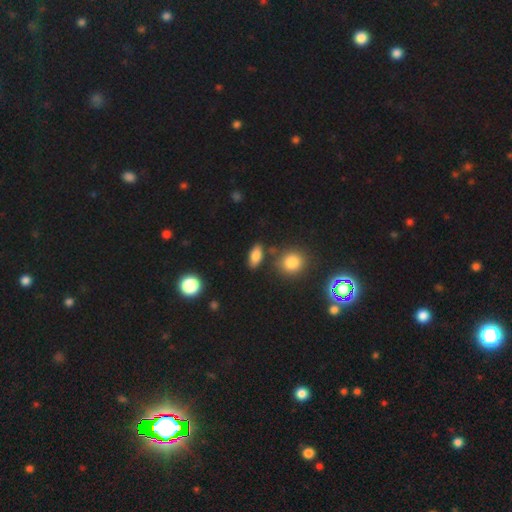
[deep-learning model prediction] Smooth or featured: smooth — 80% (star or artifact — 11%)
How rounded: in between — 82% (cigar-shaped — 9%)
Merging: none — 78% (minor disturbance — 12%)